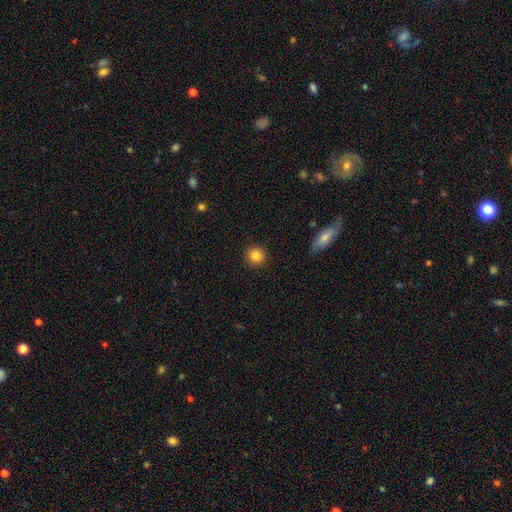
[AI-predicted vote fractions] smooth-or-featured: smooth: 85% | star or artifact: 10% | featured or disk: 5%
  how-rounded: round: 93% | in between: 6% | cigar-shaped: 1%
  merging: none: 91% | minor disturbance: 6% | major disturbance: 2% | merger: 1%